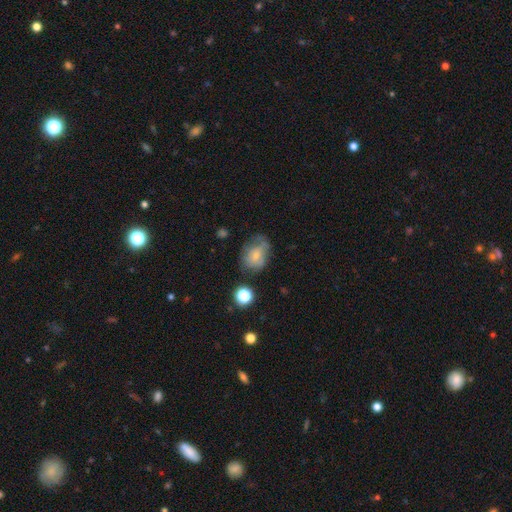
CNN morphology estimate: Q: Smooth or featured?
A: smooth (62%); runner-up: featured or disk (26%)
Q: How rounded?
A: in between (57%); runner-up: round (42%)
Q: Merging?
A: none (41%); runner-up: minor disturbance (32%)